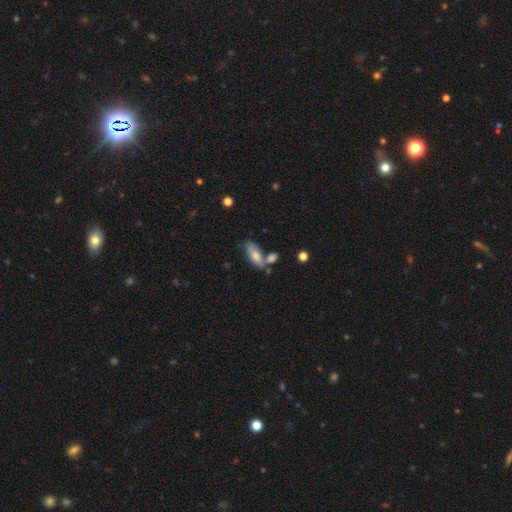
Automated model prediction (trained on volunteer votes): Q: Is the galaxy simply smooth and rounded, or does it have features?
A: smooth — 62%.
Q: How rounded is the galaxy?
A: in between — 74%.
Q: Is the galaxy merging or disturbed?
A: none — 51%.